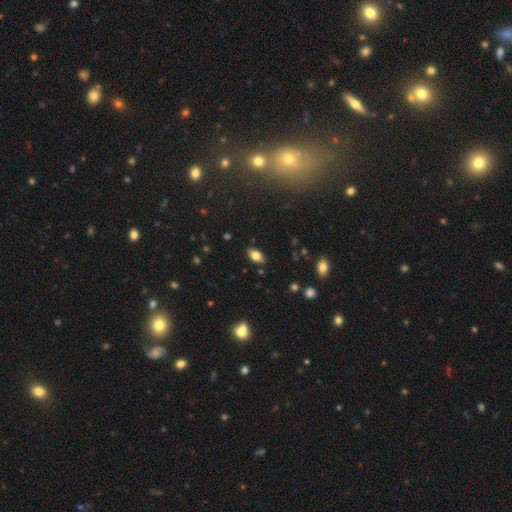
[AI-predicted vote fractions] Overall: smooth (79%). How rounded: in between (90%). Merging: none (85%).